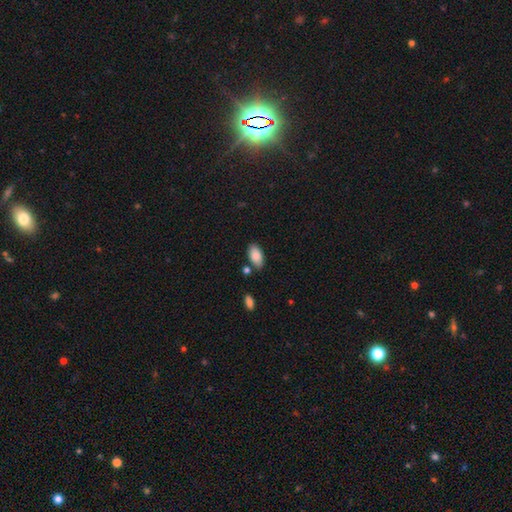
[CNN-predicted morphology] Smooth or featured? Predicted: smooth (p=0.87). How rounded? Predicted: in between (p=0.94). Merging? Predicted: none (p=0.78).